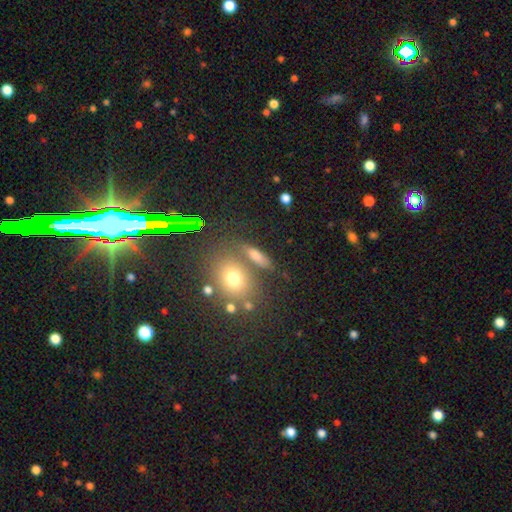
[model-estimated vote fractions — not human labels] smooth-or-featured: smooth: 70% | star or artifact: 16% | featured or disk: 14%
  how-rounded: in between: 51% | cigar-shaped: 26% | round: 22%
  merging: none: 69% | merger: 13% | minor disturbance: 12% | major disturbance: 6%